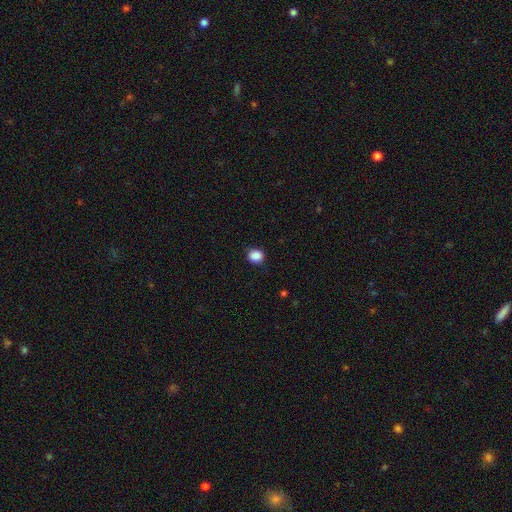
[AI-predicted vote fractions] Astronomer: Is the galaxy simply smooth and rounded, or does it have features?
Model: smooth — 88%.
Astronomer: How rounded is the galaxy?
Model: round — 73%.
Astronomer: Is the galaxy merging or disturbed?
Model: none — 86%.